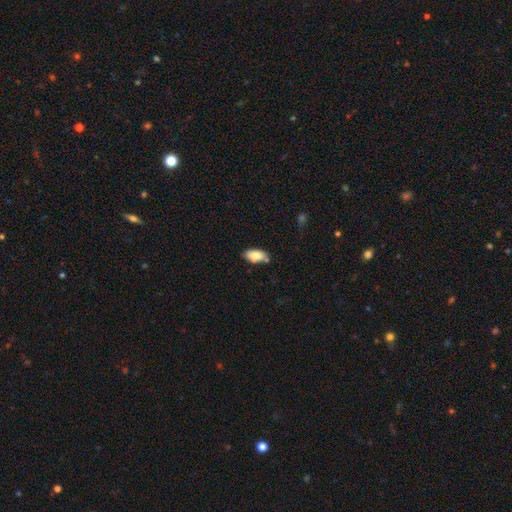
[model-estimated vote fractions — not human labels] smooth 84%, featured or disk 9%, star or artifact 7%. Down the decision tree: how rounded — in between (92%); merging — none (71%).